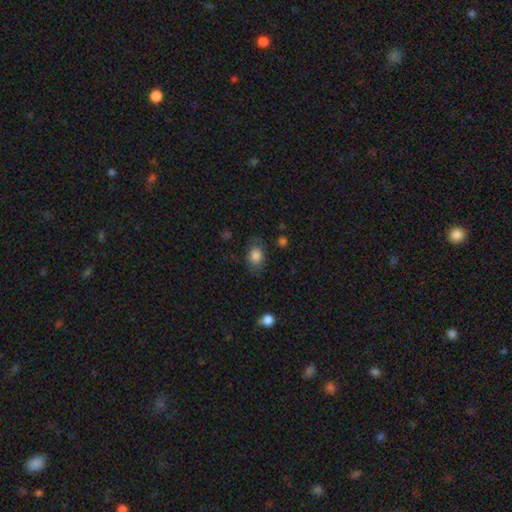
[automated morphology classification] Q: Smooth or featured?
A: smooth (83%); runner-up: featured or disk (9%)
Q: How rounded?
A: in between (74%); runner-up: round (24%)
Q: Merging?
A: none (75%); runner-up: minor disturbance (18%)